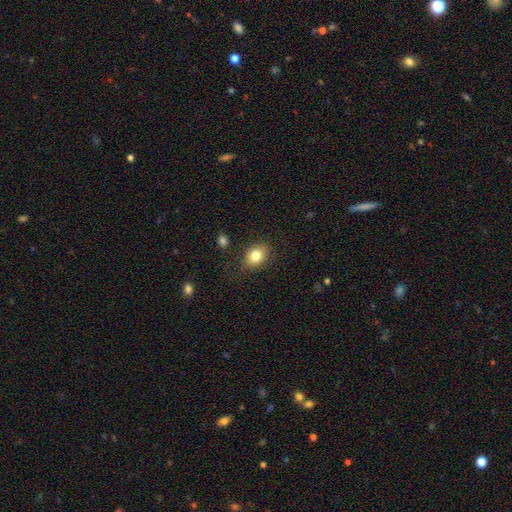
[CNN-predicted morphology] This appears to be a smooth galaxy with no disk features (82%) that is in between round and cigar-shaped (61%). Merging: none (82%).